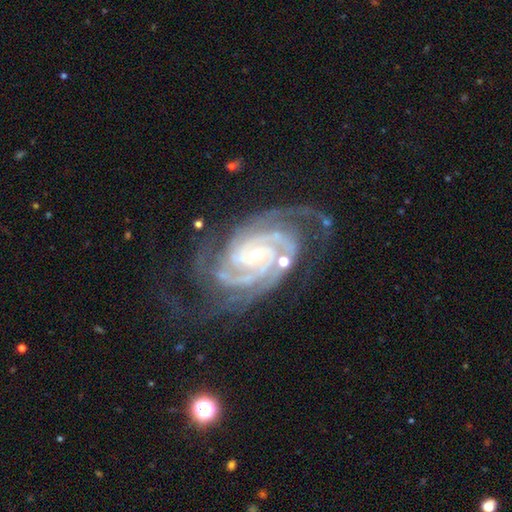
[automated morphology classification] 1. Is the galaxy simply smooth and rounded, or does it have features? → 93% featured or disk, 5% star or artifact, 2% smooth.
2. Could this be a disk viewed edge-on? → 97% no, 3% yes.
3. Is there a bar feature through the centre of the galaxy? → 49% no, 34% weak, 17% strong.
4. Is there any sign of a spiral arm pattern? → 99% yes, 1% no.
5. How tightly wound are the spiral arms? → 71% tight, 26% medium, 3% loose.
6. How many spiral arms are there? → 31% 2 (tied), 31% 3 (tied), 18% 4, 10% can't tell, 6% more than 4, 5% 1.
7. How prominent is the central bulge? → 64% small, 32% moderate, 1% none, 1% large, 1% dominant.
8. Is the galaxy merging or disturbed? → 64% none, 22% minor disturbance, 11% major disturbance, 3% merger.